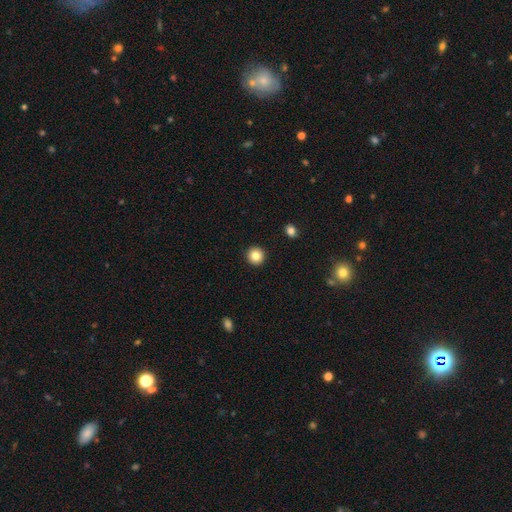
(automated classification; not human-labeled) Overall: smooth (84%). How rounded: round (95%). Merging: none (93%).